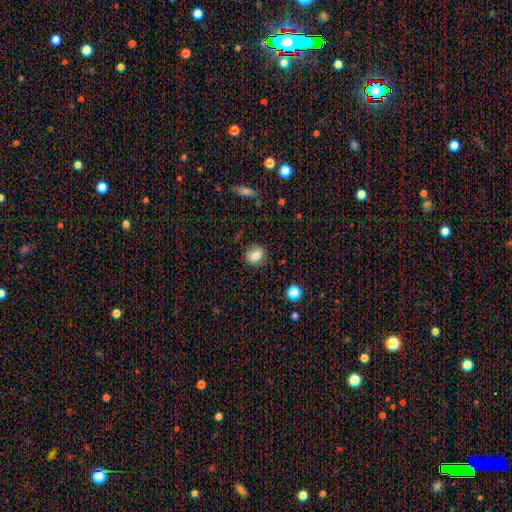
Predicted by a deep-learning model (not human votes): Smooth or featured: smooth — 79% (featured or disk — 11%)
How rounded: round — 56% (in between — 42%)
Merging: none — 81% (minor disturbance — 14%)